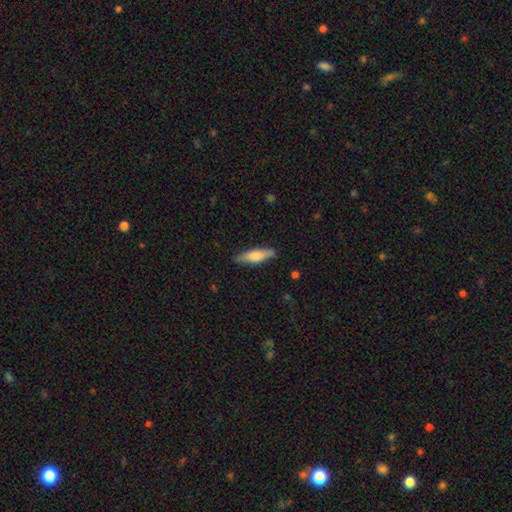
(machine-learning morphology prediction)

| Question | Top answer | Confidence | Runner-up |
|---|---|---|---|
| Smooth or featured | smooth | 68% | featured or disk (26%) |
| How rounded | cigar-shaped | 63% | in between (35%) |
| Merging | none | 85% | minor disturbance (11%) |